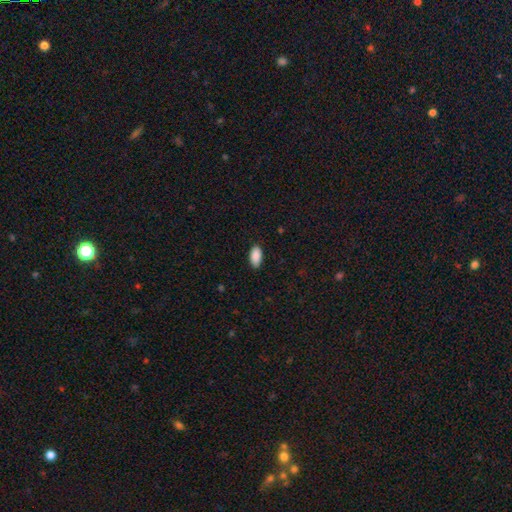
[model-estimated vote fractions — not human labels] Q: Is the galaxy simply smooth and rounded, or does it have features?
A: smooth — 90%.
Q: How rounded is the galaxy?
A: in between — 94%.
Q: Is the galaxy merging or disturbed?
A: none — 87%.